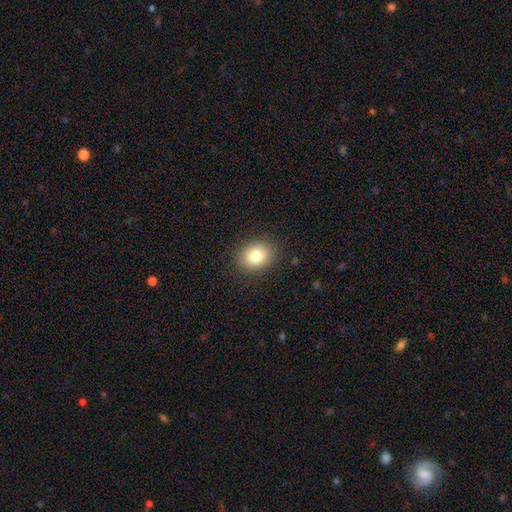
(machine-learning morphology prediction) This is clearly a smooth galaxy (81%). How rounded: possibly in between (51%). Merging: clearly none (87%).